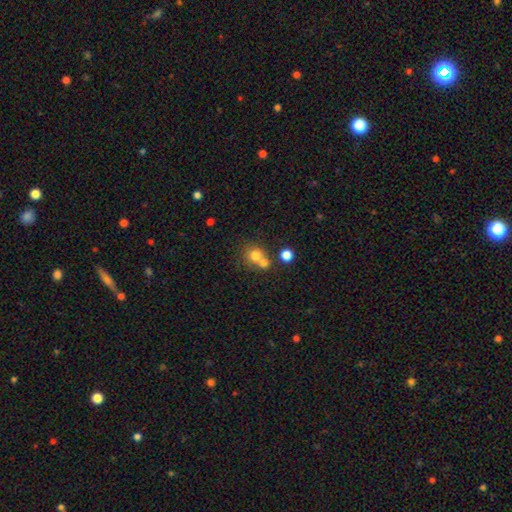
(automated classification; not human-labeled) smooth_or_featured: smooth (p=0.74) [alt: star or artifact p=0.14]
how_rounded: round (p=0.85) [alt: in between p=0.14]
merging: none (p=0.46) [alt: merger p=0.44]